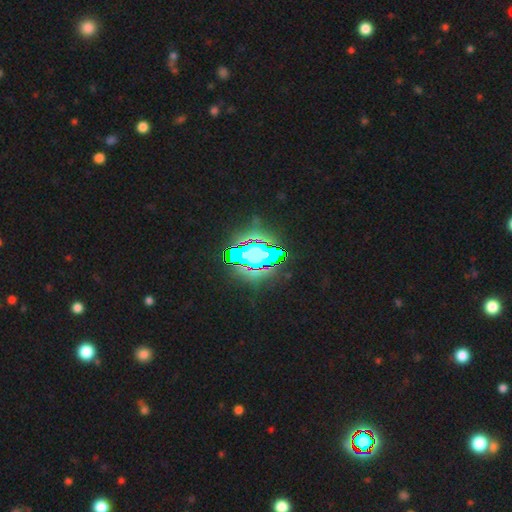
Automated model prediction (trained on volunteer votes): Smooth or featured: star or artifact — 66% (featured or disk — 18%)